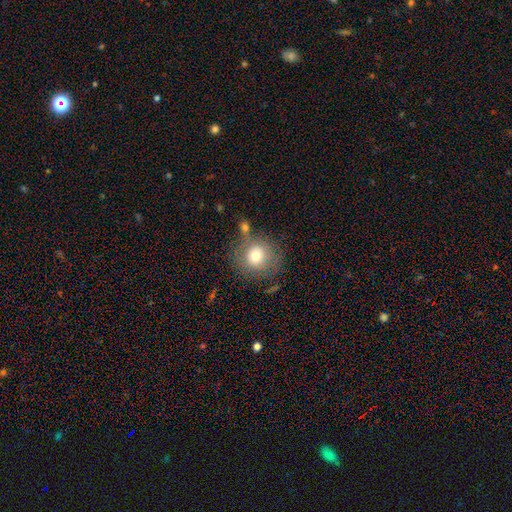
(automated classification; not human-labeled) Morphology: type=smooth (73%); roundness=round (90%); merging=none (68%).